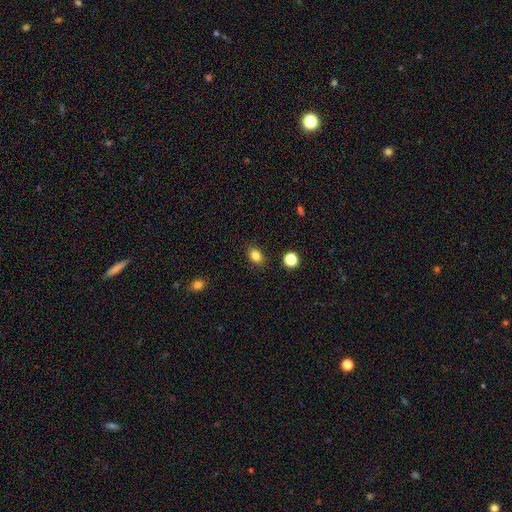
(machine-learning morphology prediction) smooth_or_featured: smooth (p=0.83) [alt: star or artifact p=0.12]
how_rounded: in between (p=0.65) [alt: round p=0.34]
merging: none (p=0.87) [alt: minor disturbance p=0.09]